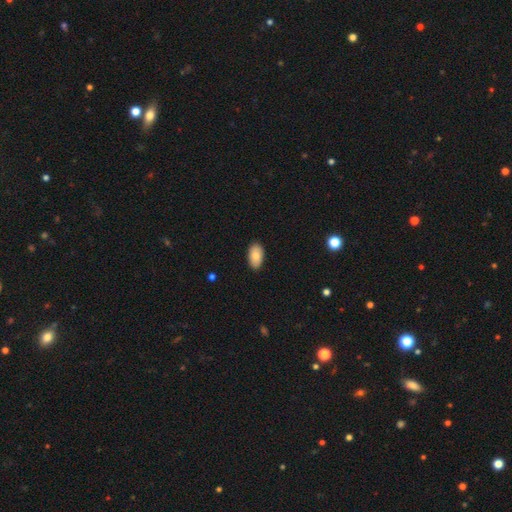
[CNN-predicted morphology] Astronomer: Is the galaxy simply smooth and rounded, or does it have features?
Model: smooth — 82%.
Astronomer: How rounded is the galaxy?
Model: in between — 94%.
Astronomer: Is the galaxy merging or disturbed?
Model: none — 87%.